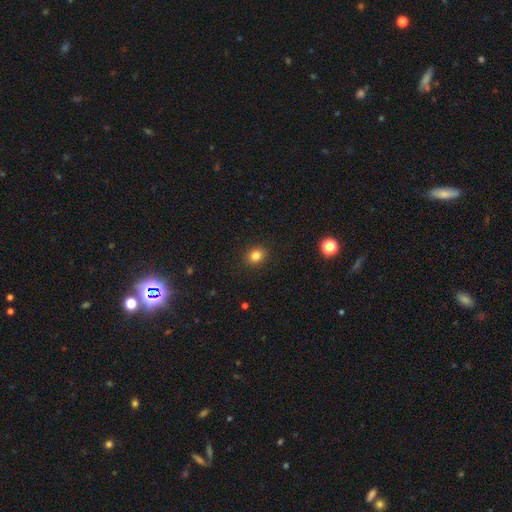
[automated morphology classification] type=smooth (83%); roundness=round (70%); merging=none (90%).